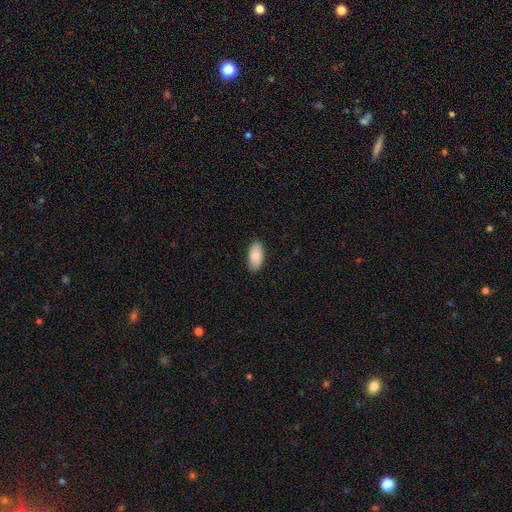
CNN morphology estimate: Overall: smooth (82%). How rounded: in between (93%). Merging: none (88%).